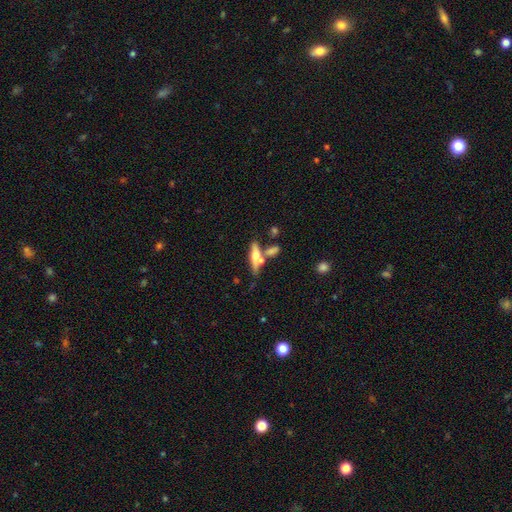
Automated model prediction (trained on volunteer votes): This appears to be a featured or disk galaxy (49%). Merging: none (47%).